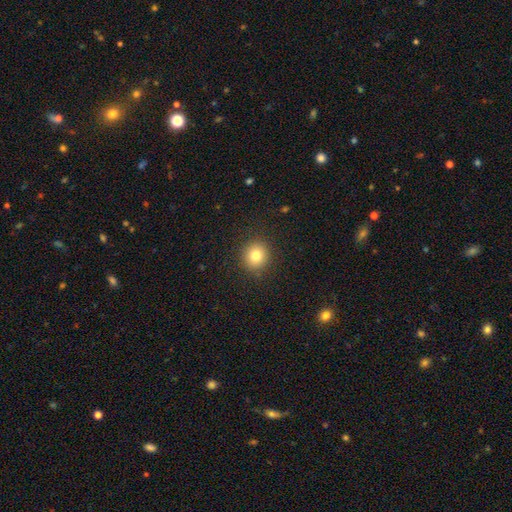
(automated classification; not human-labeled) This is clearly a smooth galaxy (80%). How rounded: clearly round (89%). Merging: clearly none (90%).